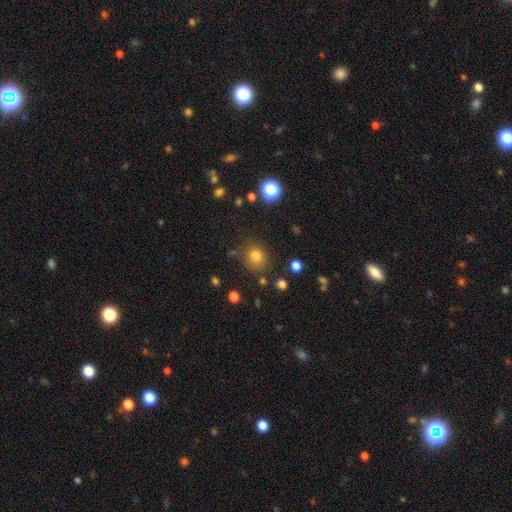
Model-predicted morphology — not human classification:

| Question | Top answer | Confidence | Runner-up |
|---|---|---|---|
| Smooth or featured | smooth | 76% | star or artifact (17%) |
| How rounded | round | 80% | in between (19%) |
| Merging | none | 79% | minor disturbance (12%) |